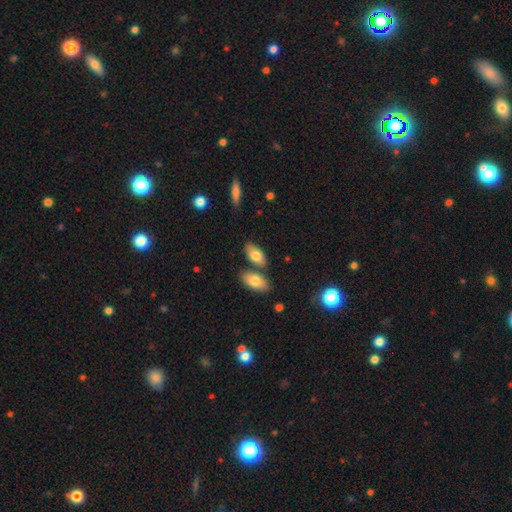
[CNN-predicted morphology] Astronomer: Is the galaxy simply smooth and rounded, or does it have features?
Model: smooth — 79%.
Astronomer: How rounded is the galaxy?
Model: in between — 92%.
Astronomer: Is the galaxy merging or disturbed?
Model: none — 65%.